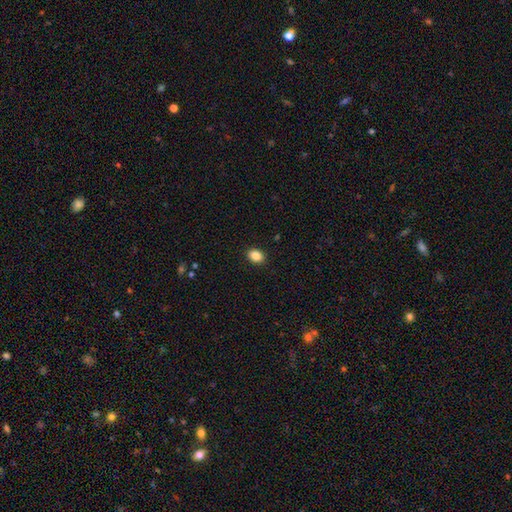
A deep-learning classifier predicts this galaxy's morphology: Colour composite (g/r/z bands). It shows a smooth galaxy with no disk features (87%) that is in between round and cigar-shaped (65%). Merging: none (91%).